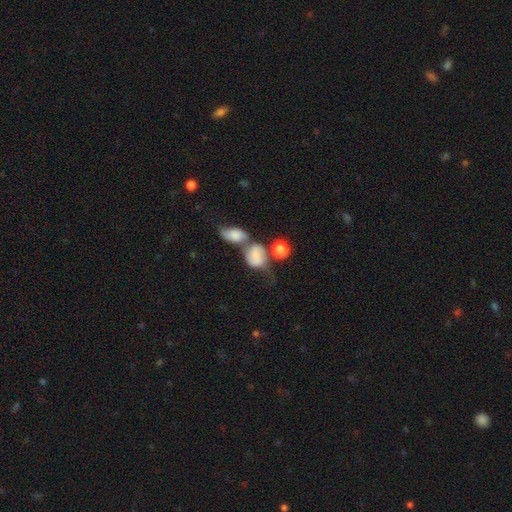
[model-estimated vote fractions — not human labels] Smooth or featured?
  - smooth: 66% *
  - featured or disk: 25%
  - star or artifact: 9%
How rounded?
  - round: 49% * (tied)
  - in between: 49% * (tied)
  - cigar-shaped: 2%
Merging?
  - merger: 51% *
  - none: 25%
  - minor disturbance: 14%
  - major disturbance: 9%